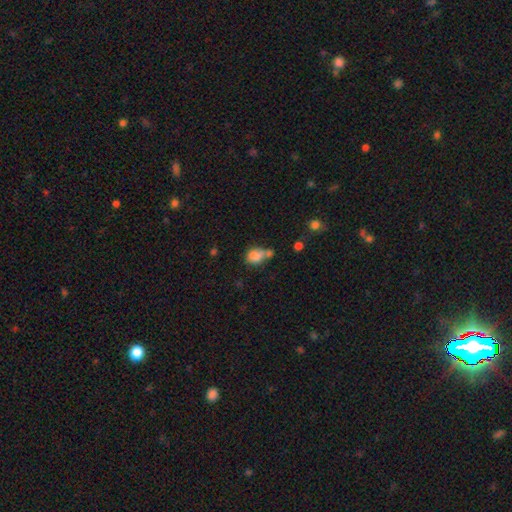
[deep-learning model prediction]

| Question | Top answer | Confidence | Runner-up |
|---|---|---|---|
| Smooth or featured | smooth | 74% | featured or disk (14%) |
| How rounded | in between | 65% | round (33%) |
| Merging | merger | 41% | none (27%) |